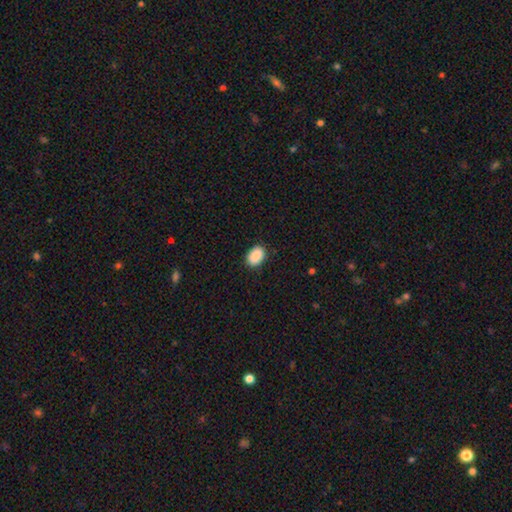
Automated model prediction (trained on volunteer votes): Morphology: type=smooth (90%); roundness=in between (85%); merging=none (87%).